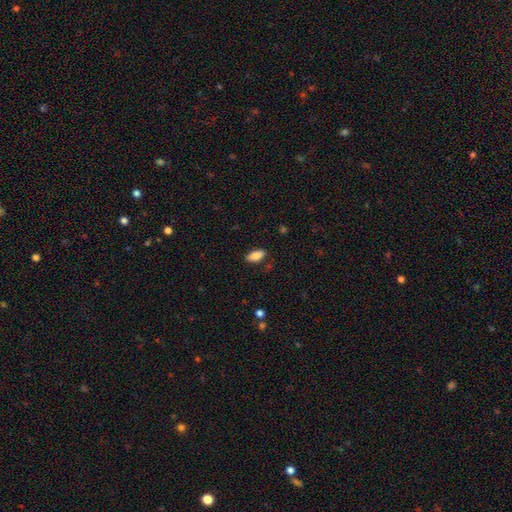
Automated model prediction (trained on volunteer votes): smooth 83%, featured or disk 10%, star or artifact 7%. Down the decision tree: how rounded — in between (87%); merging — none (86%).